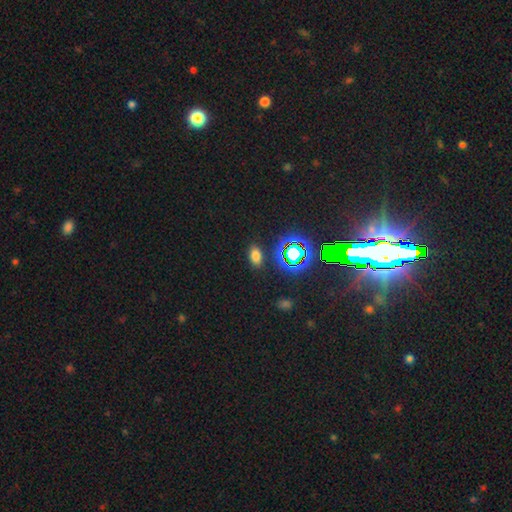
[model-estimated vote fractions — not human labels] Morphology: type=smooth (69%); roundness=in between (87%); merging=none (87%).